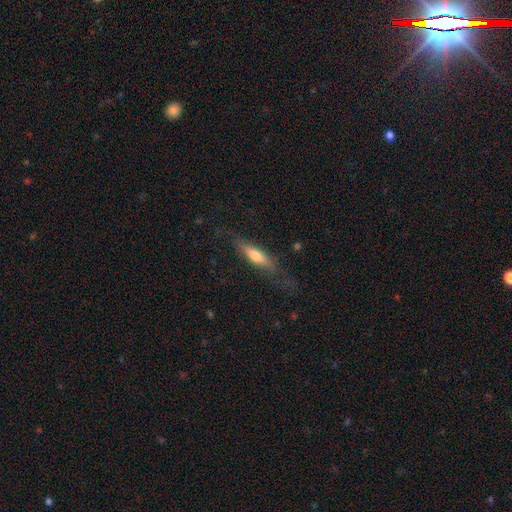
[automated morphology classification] A smooth galaxy with no disk features (53%) that is cigar-shaped (72%).

Vote fractions:
- Smooth or featured? smooth: 53% / featured or disk: 41% / star or artifact: 6%
- How rounded? cigar-shaped: 72% / in between: 25% / round: 2%
- Merging? none: 71% / minor disturbance: 19% / major disturbance: 9% / merger: 1%